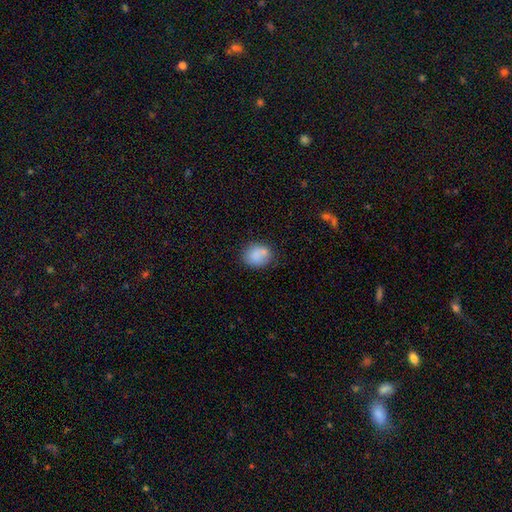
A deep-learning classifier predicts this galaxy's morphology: A smooth galaxy with no disk features (82%) that is round (57%). Merging: none (68%).